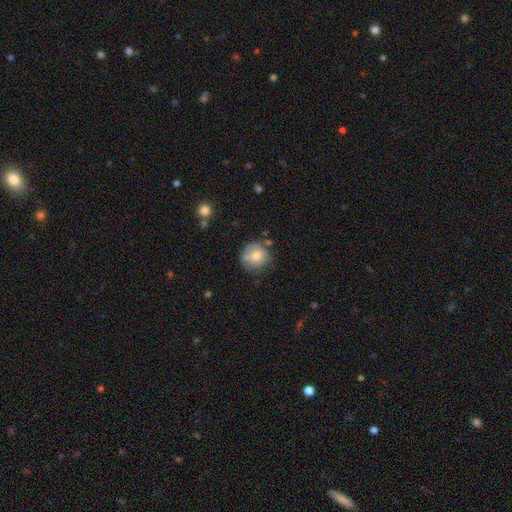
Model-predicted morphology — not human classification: The model was most divided on "merging": none: 60%, minor disturbance: 25%, major disturbance: 8%, merger: 7%. More confident: how rounded — round (89%); smooth or featured — smooth (68%).